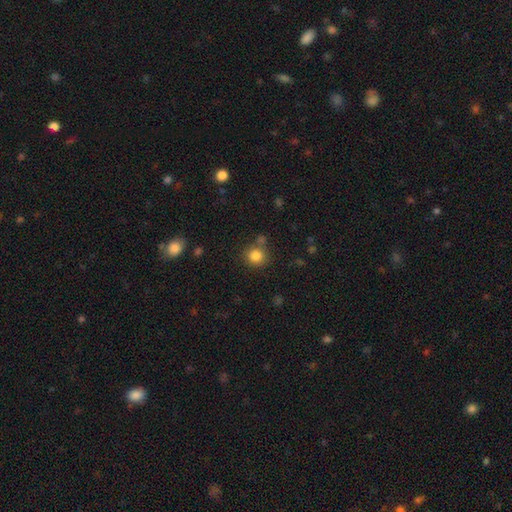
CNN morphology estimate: type=smooth (83%); roundness=round (89%); merging=none (75%).